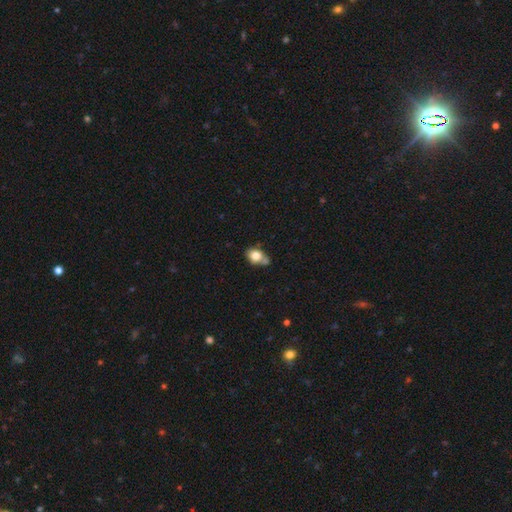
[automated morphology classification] This appears to be a smooth galaxy with no disk features (76%) that is in between round and cigar-shaped (64%). Merging: none (45%).